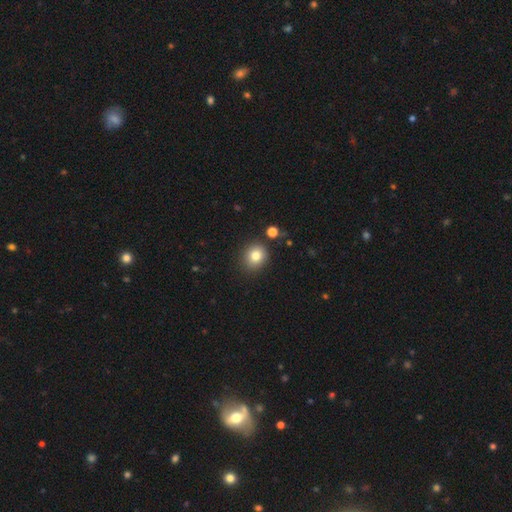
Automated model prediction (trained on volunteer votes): Smooth or featured? Predicted: smooth (p=0.80). How rounded? Predicted: round (p=0.79). Merging? Predicted: none (p=0.84).